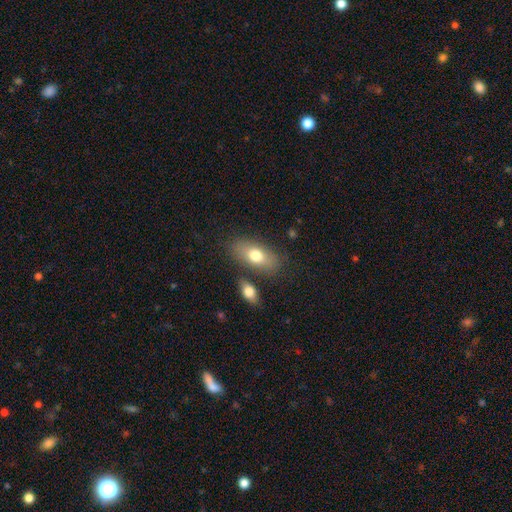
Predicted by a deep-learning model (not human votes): Q: Smooth or featured?
A: smooth (74%); runner-up: featured or disk (19%)
Q: How rounded?
A: in between (87%); runner-up: cigar-shaped (8%)
Q: Merging?
A: none (73%); runner-up: minor disturbance (13%)